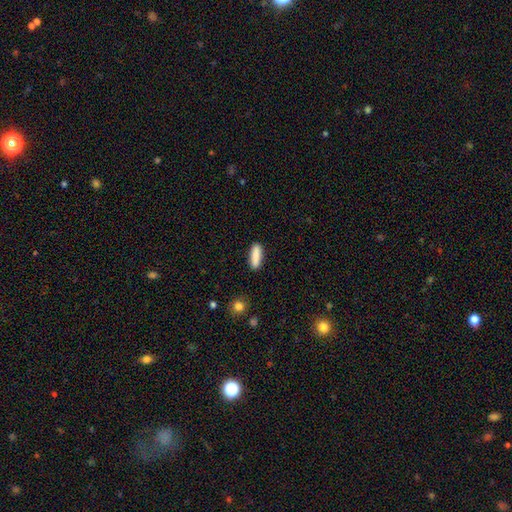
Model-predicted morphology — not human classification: smooth_or_featured: smooth (p=0.87) [alt: star or artifact p=0.06]
how_rounded: cigar-shaped (p=0.58) [alt: in between p=0.40]
merging: none (p=0.89) [alt: minor disturbance p=0.08]